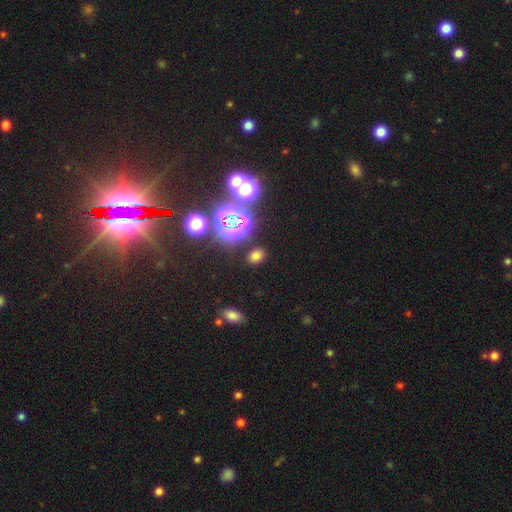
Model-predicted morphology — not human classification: type=smooth (62%); roundness=in between (62%); merging=none (83%).